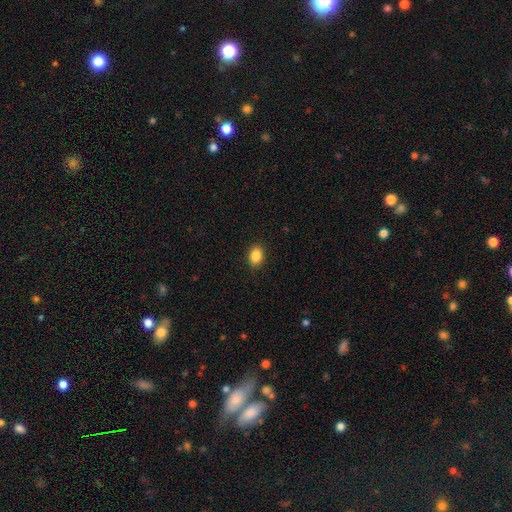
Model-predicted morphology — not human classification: A smooth galaxy with no disk features (87%) that is in between round and cigar-shaped (73%). Merging: none (90%).